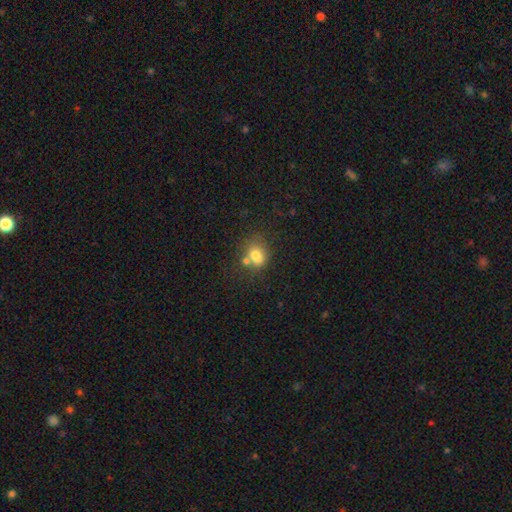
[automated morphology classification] type=smooth (75%); roundness=in between (52%); merging=none (44%).